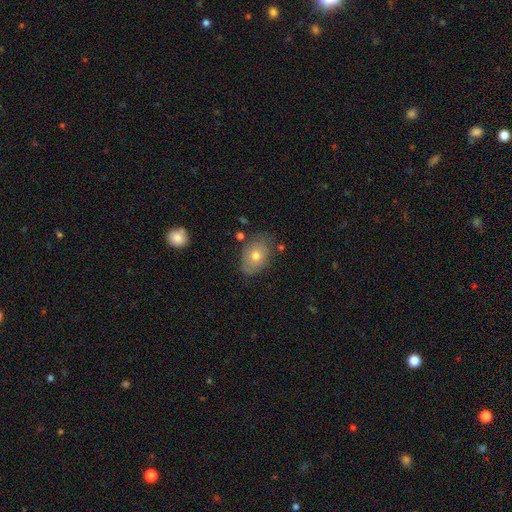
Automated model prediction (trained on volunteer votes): Morphology: type=smooth (69%); roundness=in between (76%); merging=none (68%).